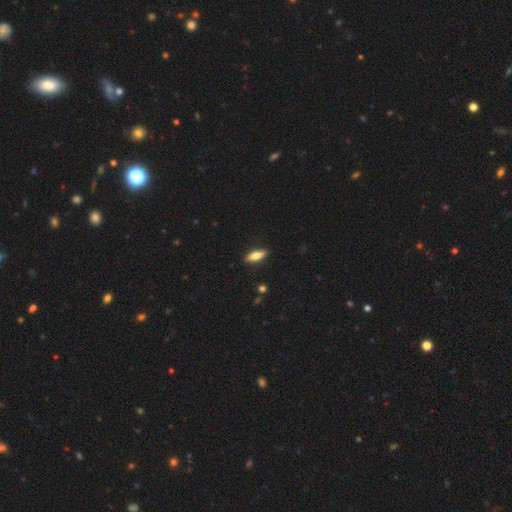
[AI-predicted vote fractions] smooth-or-featured: smooth: 66% | featured or disk: 27% | star or artifact: 7%
  how-rounded: in between: 52% | cigar-shaped: 46% | round: 2%
  merging: none: 89% | minor disturbance: 8% | major disturbance: 2% | merger: 1%